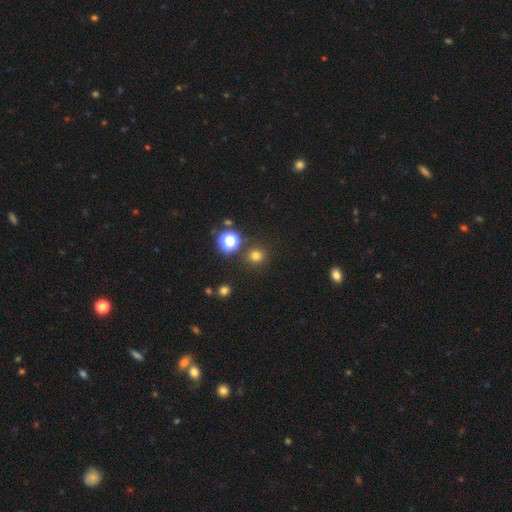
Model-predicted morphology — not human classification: Smooth or featured? smooth (73%)
How rounded? round (93%)
Merging? none (88%)